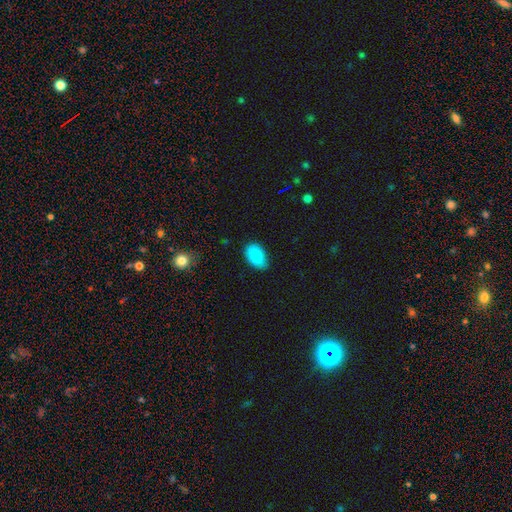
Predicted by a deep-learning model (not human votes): Q: Smooth or featured?
A: smooth (88%); runner-up: star or artifact (8%)
Q: How rounded?
A: in between (91%); runner-up: round (7%)
Q: Merging?
A: none (69%); runner-up: minor disturbance (26%)